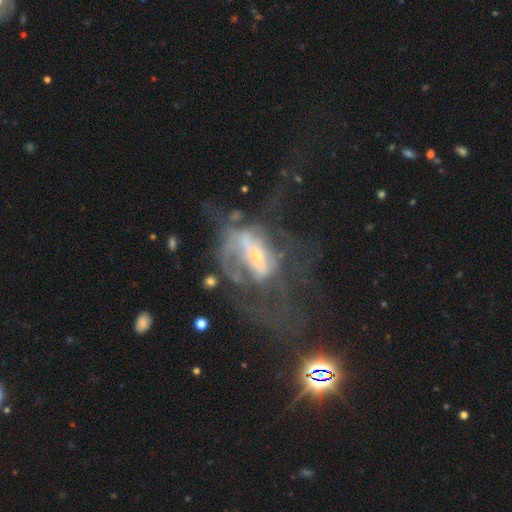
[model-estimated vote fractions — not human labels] Morphology: type=featured or disk (74%); edge-on=no (92%); bar=strong (39%); spiral arms=yes (53%); bulge=small (46%); merging=major disturbance (56%).